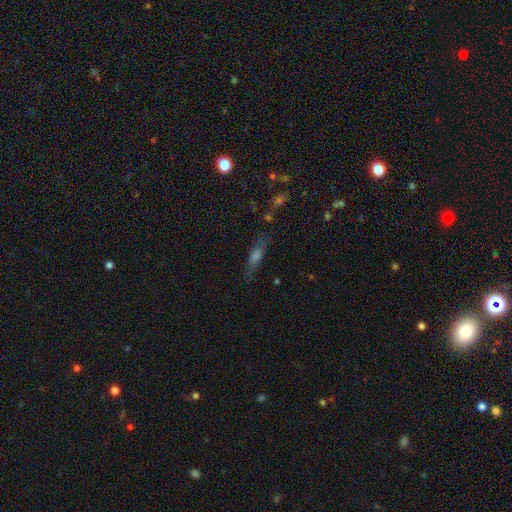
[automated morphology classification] Smooth or featured? Predicted: featured or disk (p=0.40). Merging? Predicted: none (p=0.72).